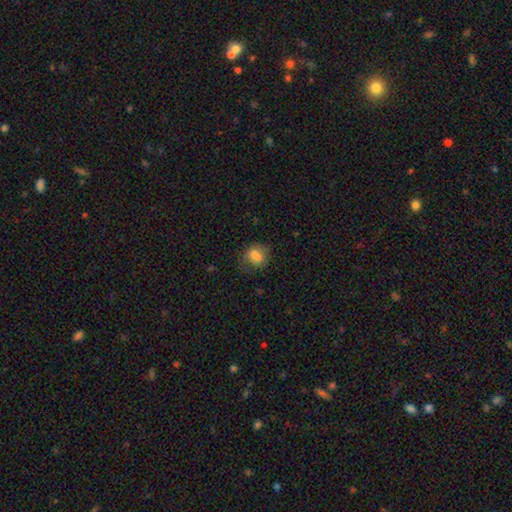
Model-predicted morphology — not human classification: smooth-or-featured: smooth: 77% | featured or disk: 13% | star or artifact: 9%
  how-rounded: in between: 55% | round: 43% | cigar-shaped: 2%
  merging: none: 66% | minor disturbance: 22% | major disturbance: 10% | merger: 2%